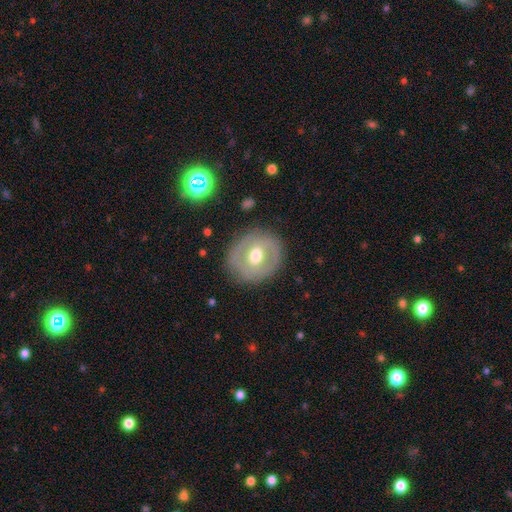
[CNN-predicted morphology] type=featured or disk (56%); edge-on=no (95%); bar=no (42%); spiral arms=no (69%); bulge=moderate (76%); merging=none (81%).